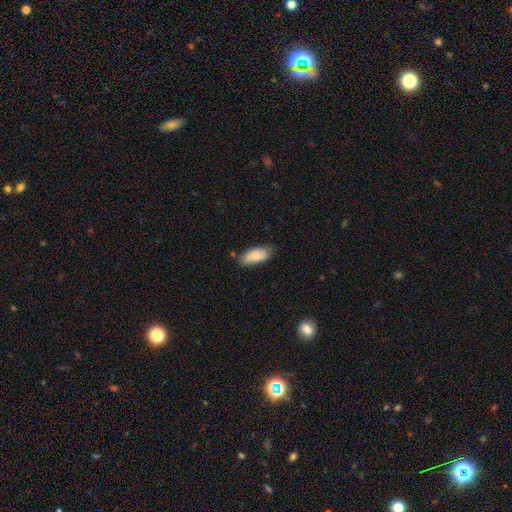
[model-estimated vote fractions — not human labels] Smooth or featured?
  - smooth: 83% *
  - featured or disk: 11%
  - star or artifact: 6%
How rounded?
  - in between: 87% *
  - cigar-shaped: 11%
  - round: 2%
Merging?
  - none: 74% *
  - minor disturbance: 20%
  - major disturbance: 3%
  - merger: 3%